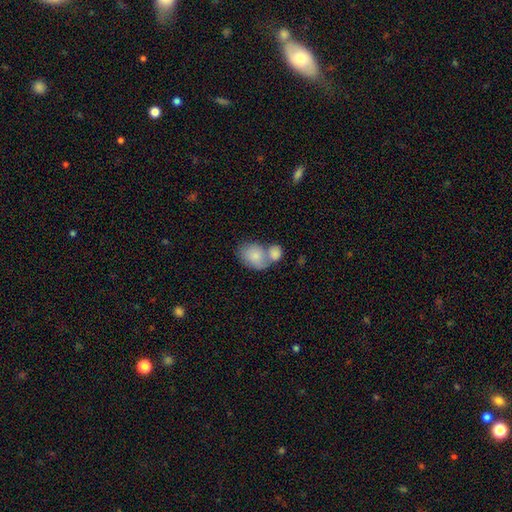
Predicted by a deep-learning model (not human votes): Overall: smooth (79%). How rounded: in between (65%; round 33%). Merging: merger (61%; none 23%).